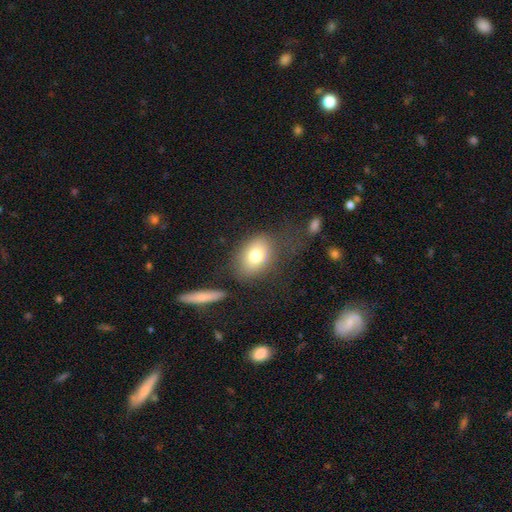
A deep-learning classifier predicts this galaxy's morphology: A smooth galaxy with no disk features (75%) that is in between round and cigar-shaped (68%). Merging: none (64%).